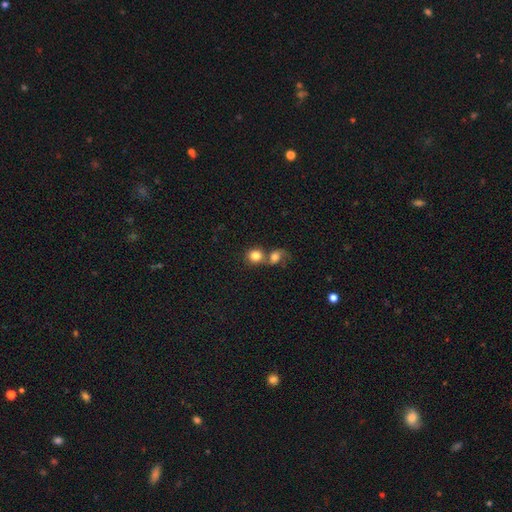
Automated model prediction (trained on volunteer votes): smooth 80%, featured or disk 10%, star or artifact 9%. Down the decision tree: how rounded — round (80%); merging — merger (52%).